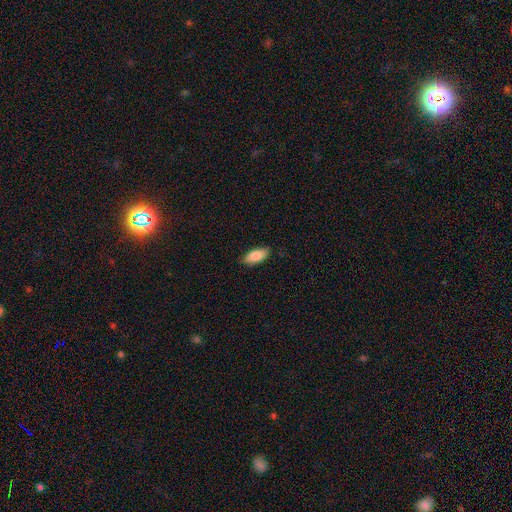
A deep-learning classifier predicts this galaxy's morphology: A smooth galaxy with no disk features (84%) that is in between round and cigar-shaped (86%). Merging: none (85%).